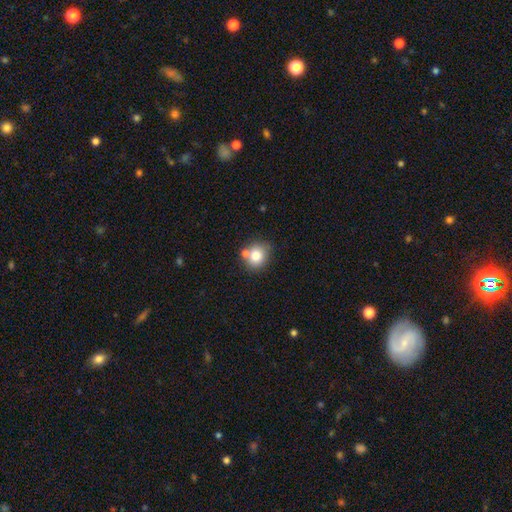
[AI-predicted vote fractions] Q: Smooth or featured?
A: smooth (79%); runner-up: featured or disk (11%)
Q: How rounded?
A: round (76%); runner-up: in between (24%)
Q: Merging?
A: none (63%); runner-up: merger (21%)